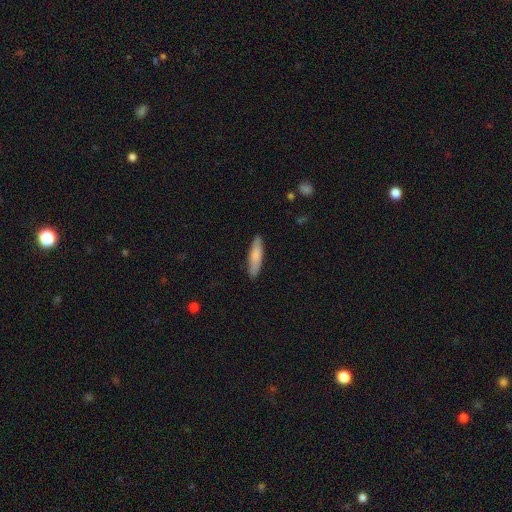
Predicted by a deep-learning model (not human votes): Smooth or featured? smooth (79%)
How rounded? cigar-shaped (77%)
Merging? none (89%)